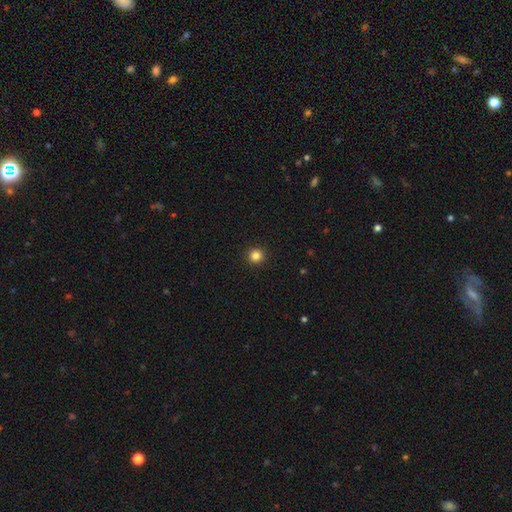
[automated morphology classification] Smooth or featured? smooth (84%)
How rounded? round (95%)
Merging? none (93%)